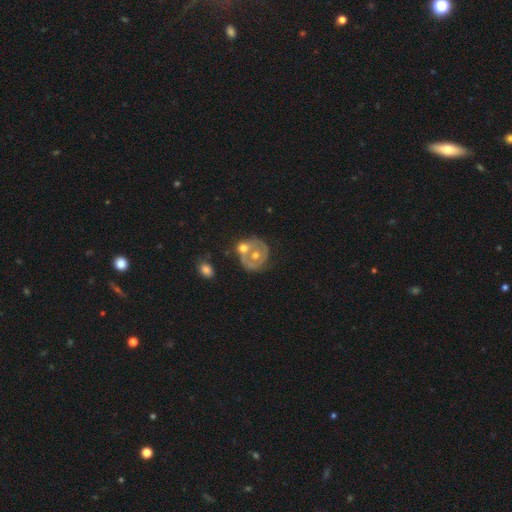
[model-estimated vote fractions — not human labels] featured or disk 61%, smooth 33%, star or artifact 6%. Down the decision tree: edge-on disk — no (97%); bar — no (85%); spiral arms — no (71%); bulge size — moderate (76%); merging — none (43%).